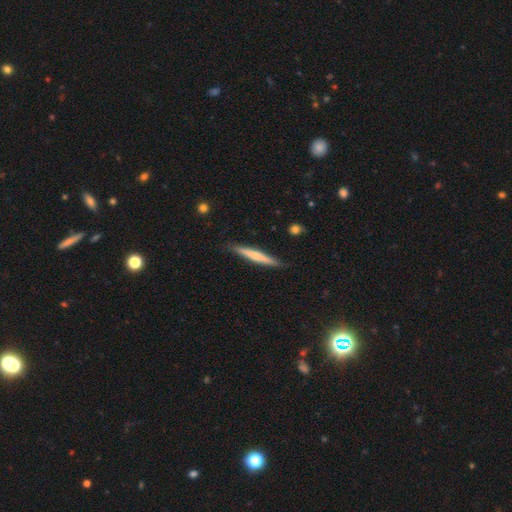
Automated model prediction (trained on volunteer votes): smooth_or_featured: smooth (p=0.55) [alt: featured or disk p=0.40]
how_rounded: cigar-shaped (p=0.95) [alt: in between p=0.04]
merging: none (p=0.87) [alt: minor disturbance p=0.10]